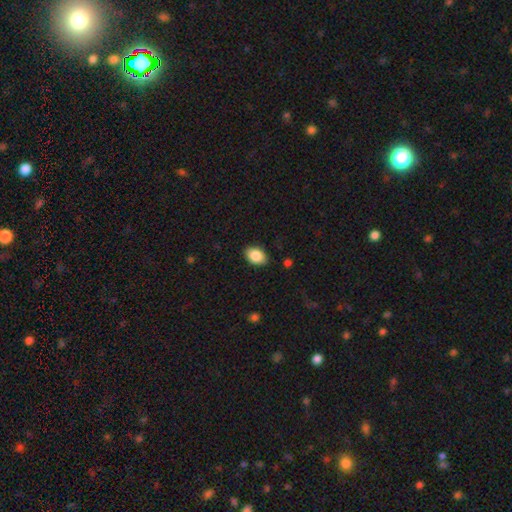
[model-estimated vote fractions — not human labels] Morphology: type=smooth (87%); roundness=in between (84%); merging=none (87%).